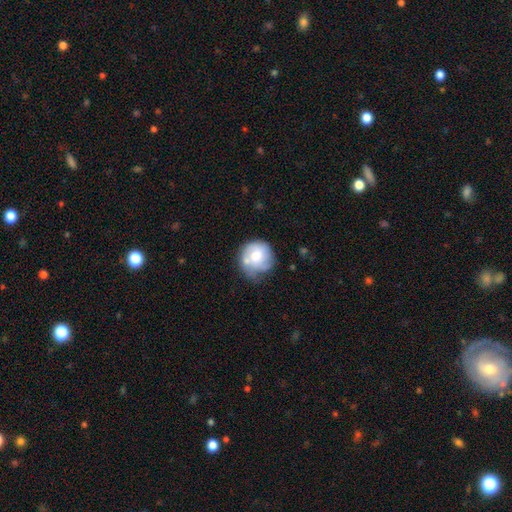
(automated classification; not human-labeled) Smooth or featured? smooth (54%)
How rounded? round (87%)
Merging? none (49%)